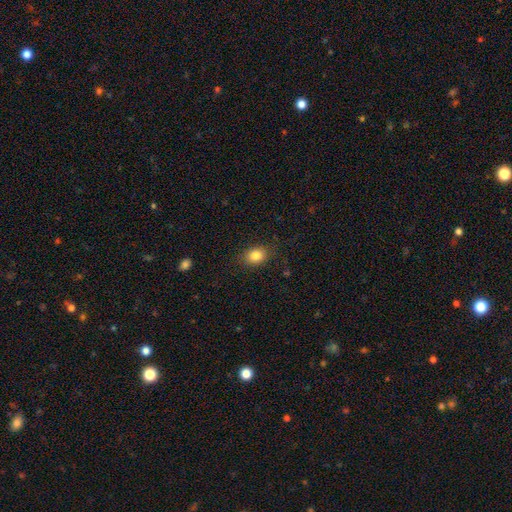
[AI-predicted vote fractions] A smooth galaxy with no disk features (84%) that is in between round and cigar-shaped (63%). Merging: none (83%).